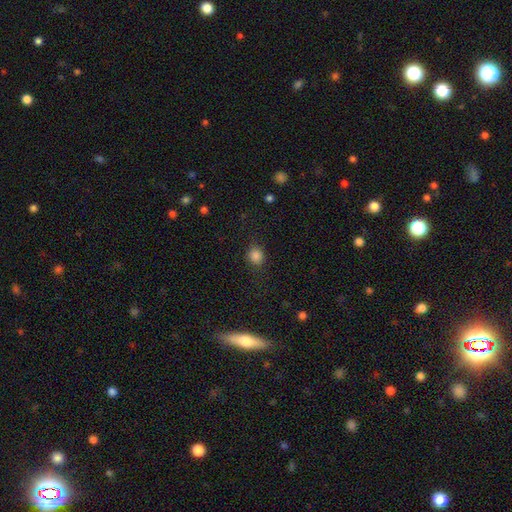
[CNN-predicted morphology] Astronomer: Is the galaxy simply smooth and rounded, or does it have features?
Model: smooth — 83%.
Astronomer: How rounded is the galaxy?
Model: round — 83%.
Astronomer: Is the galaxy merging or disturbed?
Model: none — 84%.